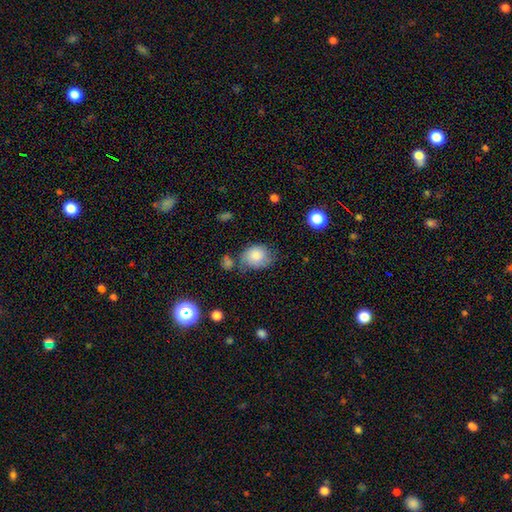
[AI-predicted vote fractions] Morphology: type=smooth (82%); roundness=in between (53%); merging=none (51%).